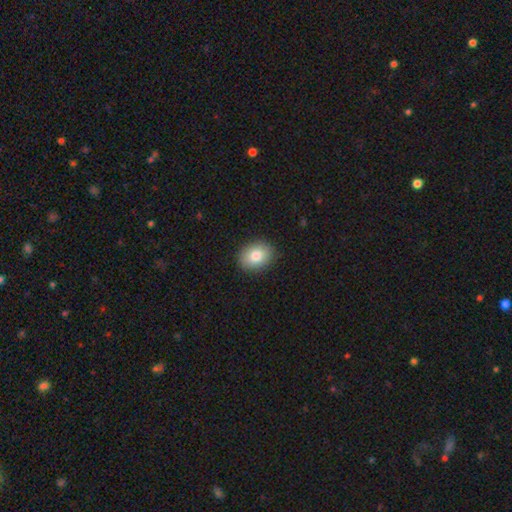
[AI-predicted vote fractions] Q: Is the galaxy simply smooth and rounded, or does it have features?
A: smooth — 83%.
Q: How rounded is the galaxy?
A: in between — 64%.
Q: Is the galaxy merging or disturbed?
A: none — 89%.